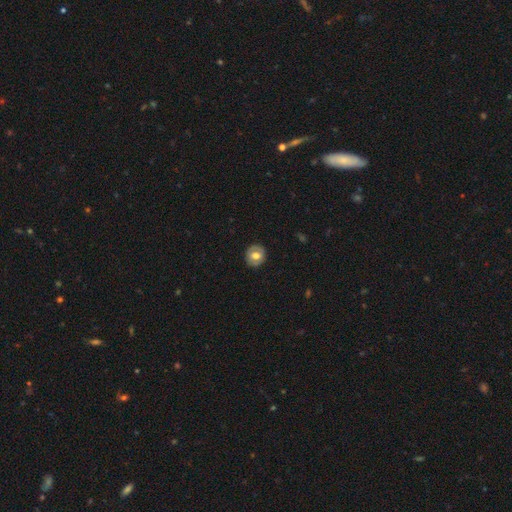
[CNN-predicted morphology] smooth_or_featured: smooth (p=0.62) [alt: featured or disk p=0.31]
how_rounded: round (p=0.83) [alt: in between p=0.16]
merging: none (p=0.87) [alt: minor disturbance p=0.10]